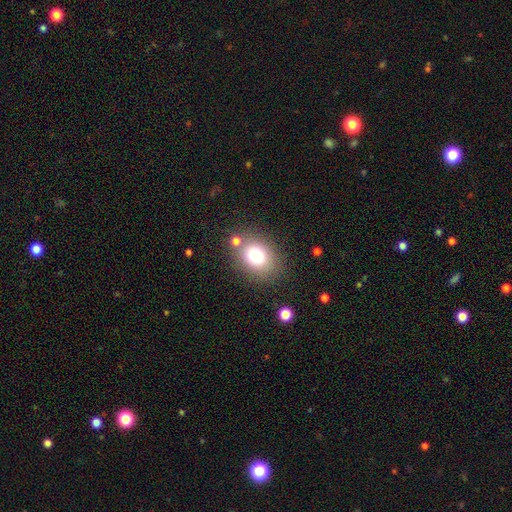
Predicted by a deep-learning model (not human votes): Smooth or featured?
  - smooth: 78% *
  - featured or disk: 11%
  - star or artifact: 11%
How rounded?
  - in between: 63% *
  - round: 36%
  - cigar-shaped: 1%
Merging?
  - none: 75% *
  - minor disturbance: 13%
  - merger: 8%
  - major disturbance: 4%